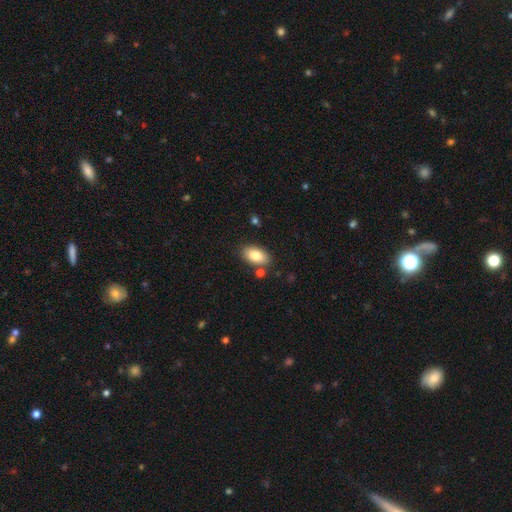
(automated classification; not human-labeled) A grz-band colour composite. It shows a smooth galaxy with no disk features (83%) that is in between round and cigar-shaped (93%). Merging: none (79%).